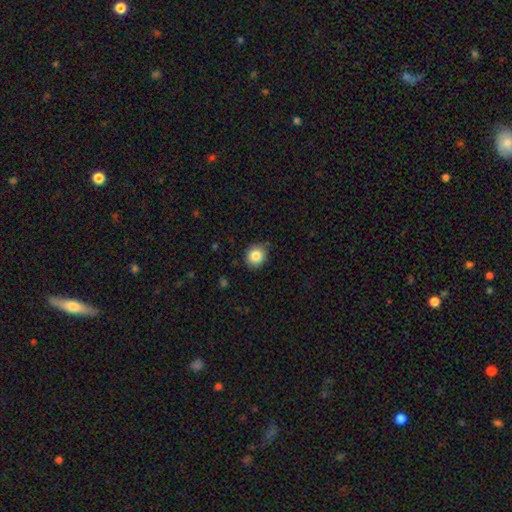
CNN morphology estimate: smooth_or_featured: smooth (p=0.85) [alt: star or artifact p=0.09]
how_rounded: round (p=0.85) [alt: in between p=0.14]
merging: none (p=0.85) [alt: minor disturbance p=0.11]